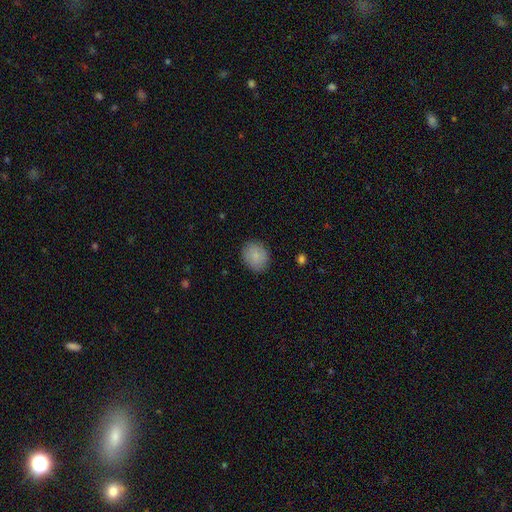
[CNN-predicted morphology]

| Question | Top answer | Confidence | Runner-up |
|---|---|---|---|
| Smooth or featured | smooth | 85% | featured or disk (8%) |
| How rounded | round | 64% | in between (35%) |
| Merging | none | 87% | minor disturbance (10%) |